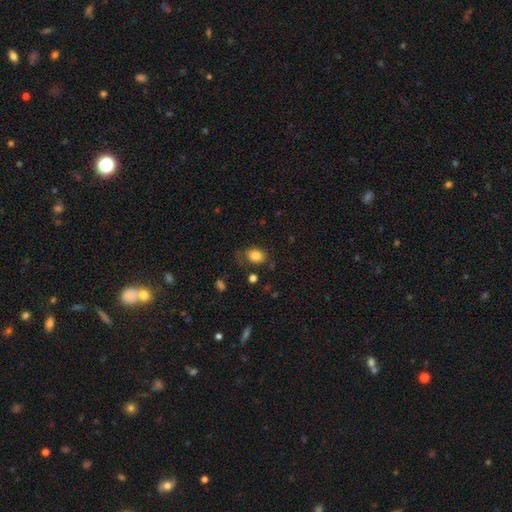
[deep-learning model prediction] smooth-or-featured: smooth: 82% | star or artifact: 9% | featured or disk: 9%
  how-rounded: in between: 72% | round: 27% | cigar-shaped: 1%
  merging: none: 66% | minor disturbance: 21% | major disturbance: 10% | merger: 3%